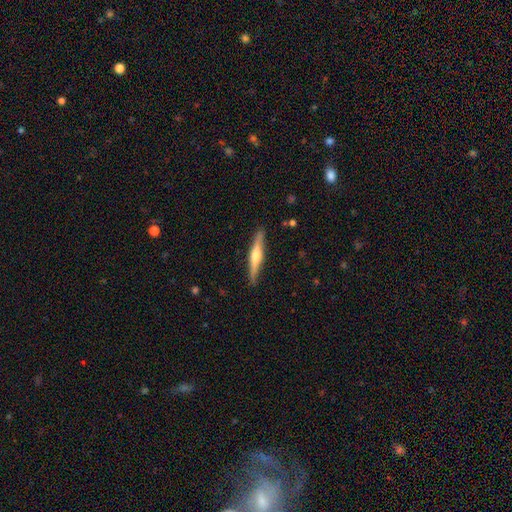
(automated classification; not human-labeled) featured or disk 60%, smooth 34%, star or artifact 6%. Down the decision tree: edge-on disk — yes (97%); edge-on bulge — rounded (81%); merging — none (89%).